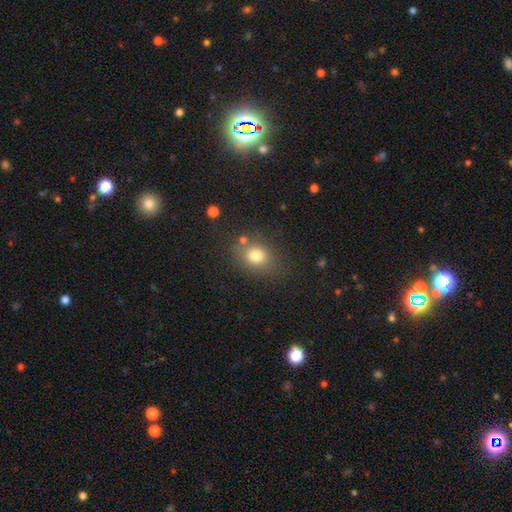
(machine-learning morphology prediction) Smooth or featured?
  - smooth: 76% *
  - star or artifact: 14%
  - featured or disk: 10%
How rounded?
  - round: 59% *
  - in between: 40%
  - cigar-shaped: 1%
Merging?
  - none: 74% *
  - minor disturbance: 14%
  - merger: 7%
  - major disturbance: 5%